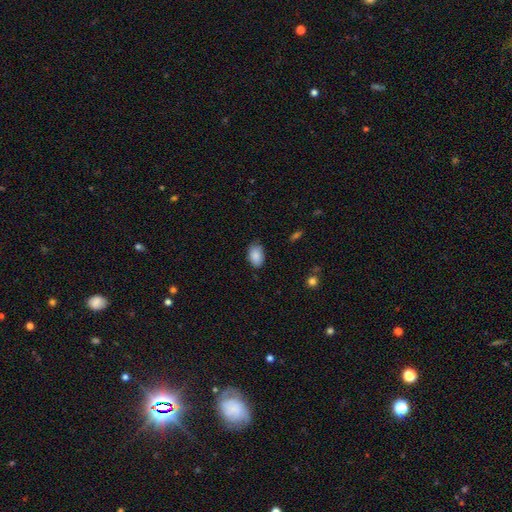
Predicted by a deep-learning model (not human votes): Overall: smooth (88%). How rounded: in between (90%). Merging: none (80%).